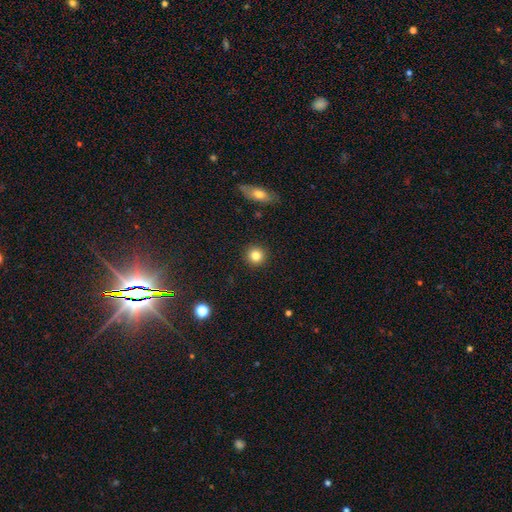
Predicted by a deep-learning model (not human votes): smooth-or-featured: smooth: 83% | star or artifact: 10% | featured or disk: 6%
  how-rounded: round: 94% | in between: 5% | cigar-shaped: 1%
  merging: none: 92% | minor disturbance: 5% | major disturbance: 2% | merger: 1%